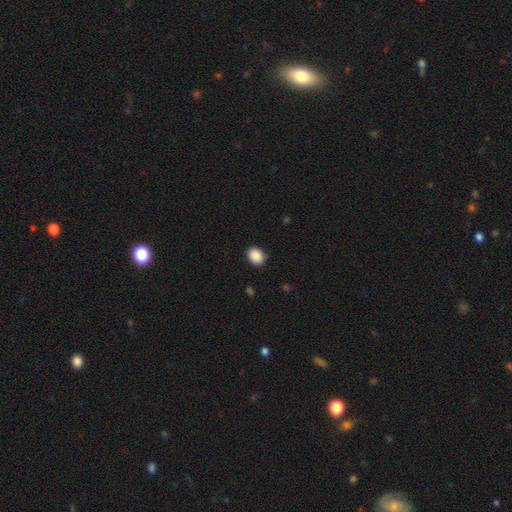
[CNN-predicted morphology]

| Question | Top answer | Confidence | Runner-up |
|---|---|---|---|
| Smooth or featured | smooth | 89% | star or artifact (8%) |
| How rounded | in between | 58% | round (41%) |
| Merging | none | 90% | minor disturbance (8%) |